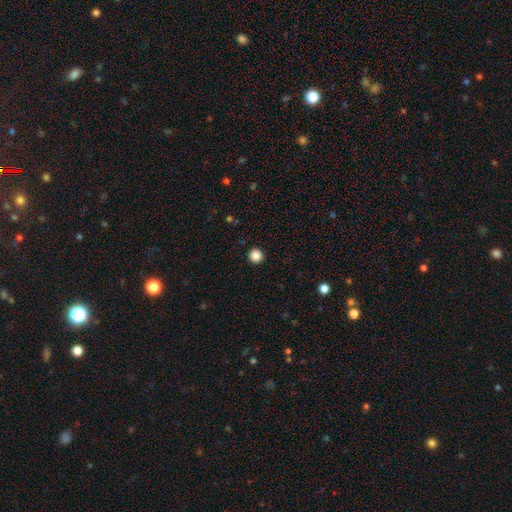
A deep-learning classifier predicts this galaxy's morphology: This is clearly a smooth galaxy (87%). How rounded: clearly round (95%). Merging: clearly none (94%).